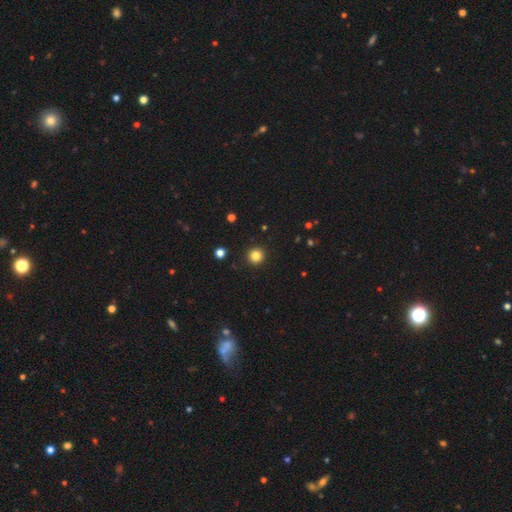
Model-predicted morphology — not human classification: Smooth or featured? Predicted: smooth (p=0.83). How rounded? Predicted: round (p=0.95). Merging? Predicted: none (p=0.93).